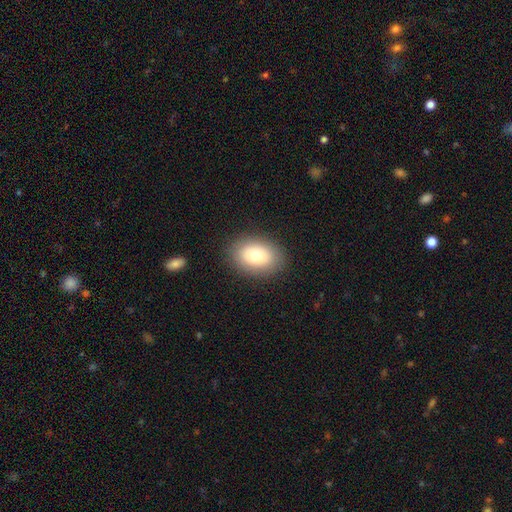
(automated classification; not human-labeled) smooth-or-featured: smooth: 76% | featured or disk: 16% | star or artifact: 8%
  how-rounded: in between: 80% | round: 19% | cigar-shaped: 1%
  merging: none: 87% | minor disturbance: 9% | major disturbance: 3% | merger: 1%